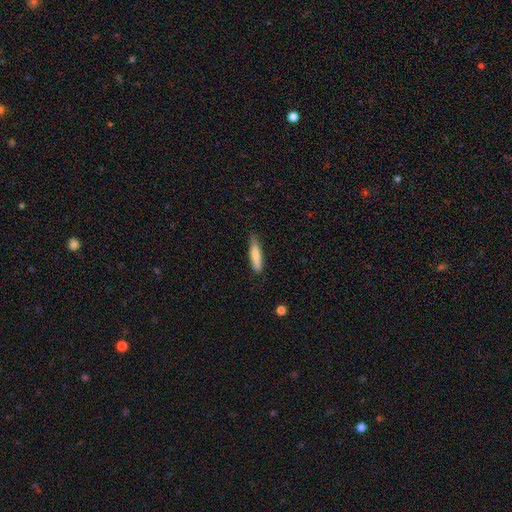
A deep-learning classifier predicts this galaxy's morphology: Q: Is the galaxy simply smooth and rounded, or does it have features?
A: smooth — 80%.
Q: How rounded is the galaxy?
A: cigar-shaped — 82%.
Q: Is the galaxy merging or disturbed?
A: none — 74%.